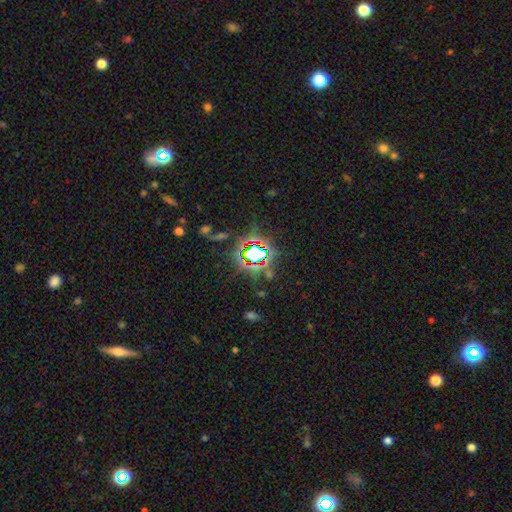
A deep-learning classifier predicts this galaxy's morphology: This appears to be a star or artifact, not a galaxy (74%).